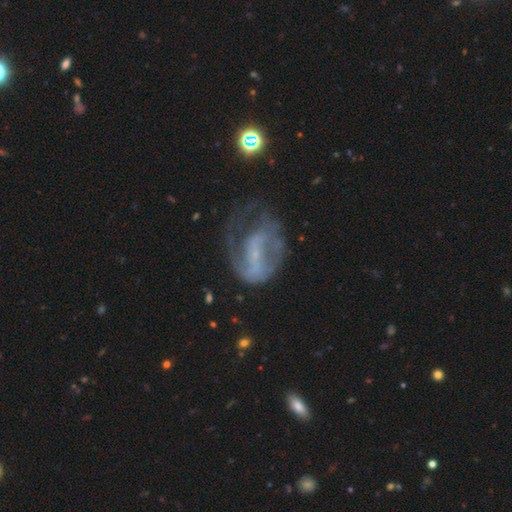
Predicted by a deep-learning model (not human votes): Q: Smooth or featured?
A: featured or disk (69%); runner-up: smooth (21%)
Q: Edge-on disk?
A: no (96%); runner-up: yes (4%)
Q: Bar?
A: no (38%); runner-up: weak (37%)
Q: Spiral arms?
A: yes (64%); runner-up: no (36%)
Q: Bulge size?
A: small (47%); runner-up: none (37%)
Q: Merging?
A: major disturbance (38%); runner-up: none (37%)